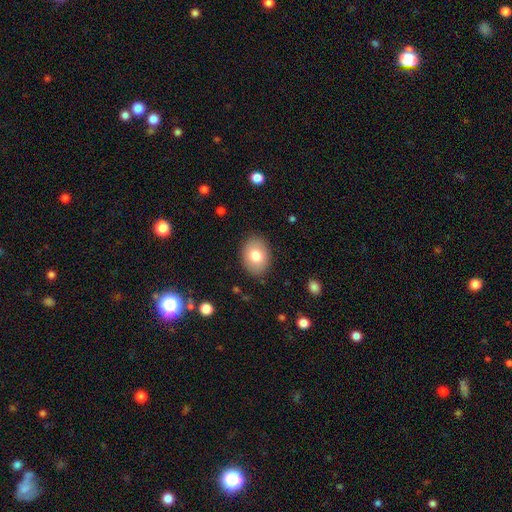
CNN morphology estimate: Smooth or featured: smooth — 78% (featured or disk — 14%)
How rounded: in between — 71% (round — 28%)
Merging: none — 86% (minor disturbance — 10%)